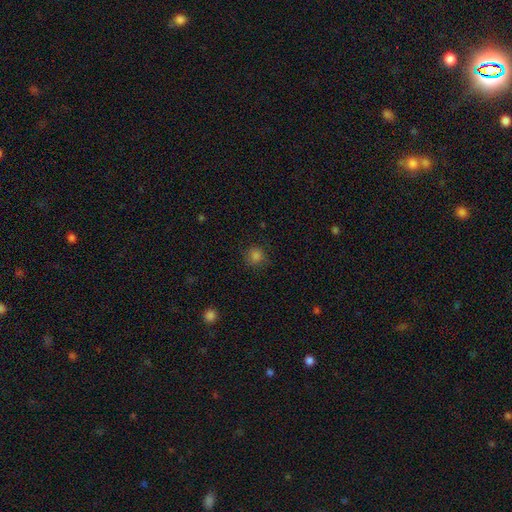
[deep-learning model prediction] This appears to be a smooth galaxy with no disk features (81%) that is round (87%). Merging: none (78%).